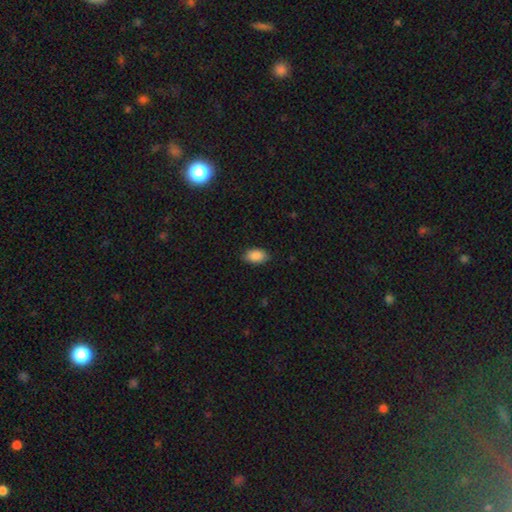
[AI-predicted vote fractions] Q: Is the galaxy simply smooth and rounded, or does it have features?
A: smooth — 89%.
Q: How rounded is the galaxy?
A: in between — 92%.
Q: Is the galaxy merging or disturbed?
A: none — 86%.